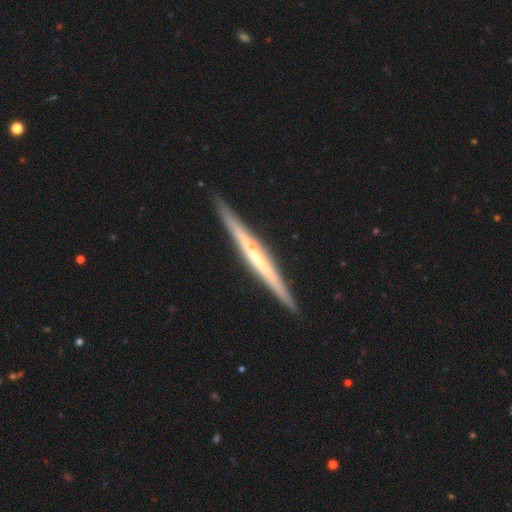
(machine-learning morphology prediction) smooth_or_featured: featured or disk (p=0.76) [alt: smooth p=0.18]
disk_edge_on: yes (p=0.98) [alt: no p=0.02]
edge_on_bulge: none (p=0.49) [alt: rounded p=0.43]
merging: none (p=0.89) [alt: minor disturbance p=0.07]